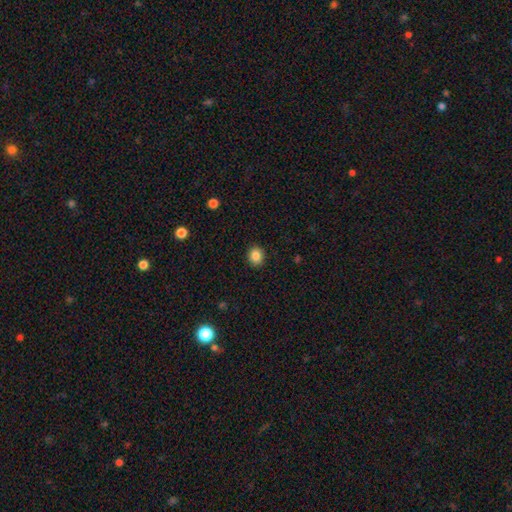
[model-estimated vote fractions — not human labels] This appears to be a smooth galaxy with no disk features (86%) that is round (64%). Merging: none (90%).